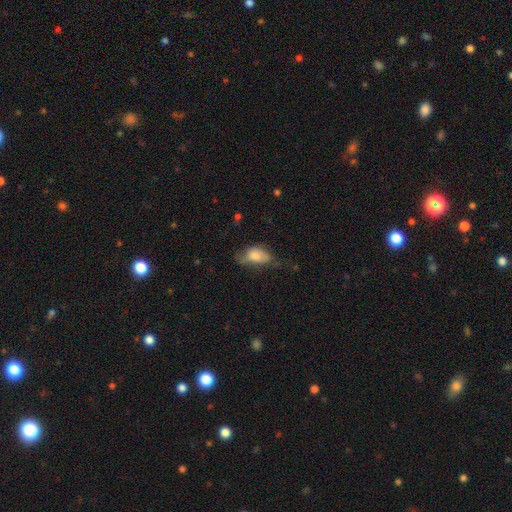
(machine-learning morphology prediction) type=smooth (72%); roundness=in between (89%); merging=minor disturbance (37%).